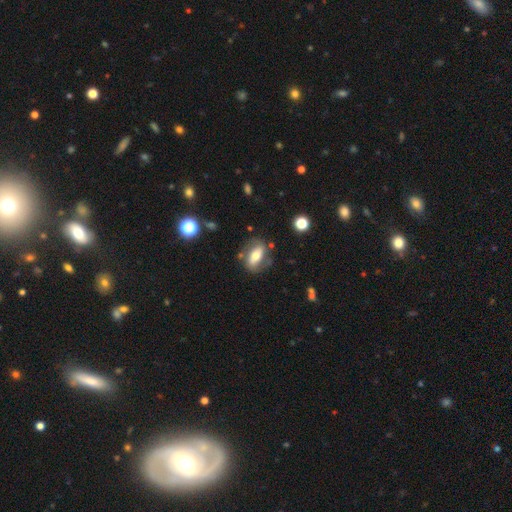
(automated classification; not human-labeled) Morphology: type=smooth (53%); roundness=in between (81%); merging=none (70%).